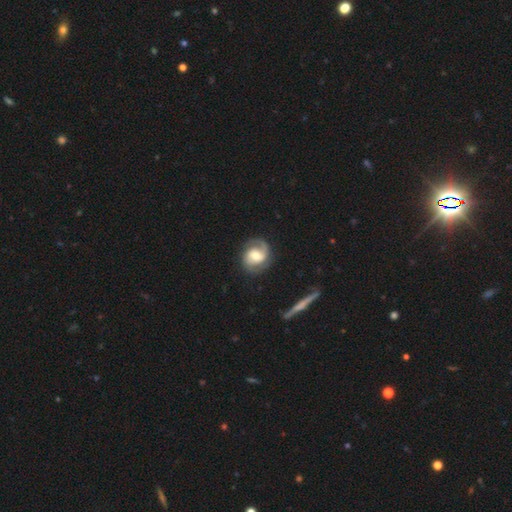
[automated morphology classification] smooth_or_featured: featured or disk (p=0.79) [alt: smooth p=0.15]
disk_edge_on: no (p=0.97) [alt: yes p=0.03]
bar: weak (p=0.44) [alt: no p=0.39]
has_spiral_arms: yes (p=0.95) [alt: no p=0.05]
spiral_winding: medium (p=0.48) [alt: tight p=0.35]
spiral_arm_count: 2 (p=0.84) [alt: 1 p=0.08]
bulge_size: moderate (p=0.61) [alt: small p=0.20]
merging: none (p=0.78) [alt: minor disturbance p=0.15]